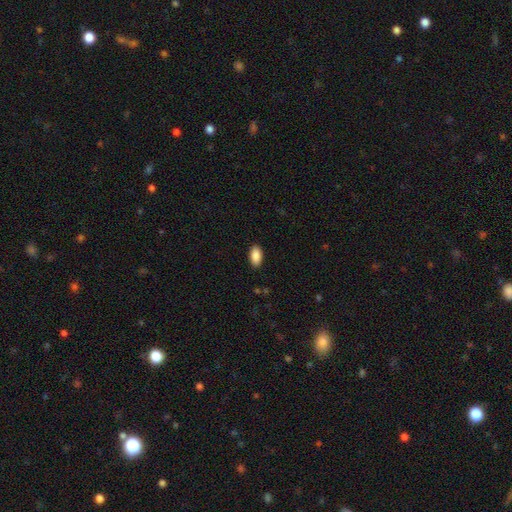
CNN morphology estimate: smooth-or-featured: smooth: 90% | star or artifact: 7% | featured or disk: 3%
  how-rounded: in between: 94% | cigar-shaped: 3% | round: 3%
  merging: none: 88% | minor disturbance: 9% | major disturbance: 2% | merger: 1%